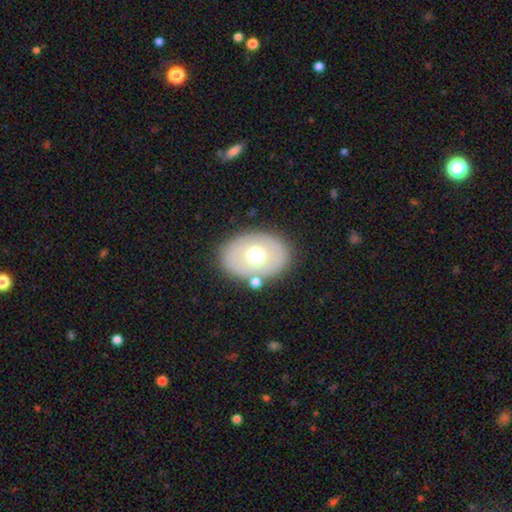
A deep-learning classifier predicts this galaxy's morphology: Smooth or featured? smooth (58%)
How rounded? in between (66%)
Merging? none (78%)